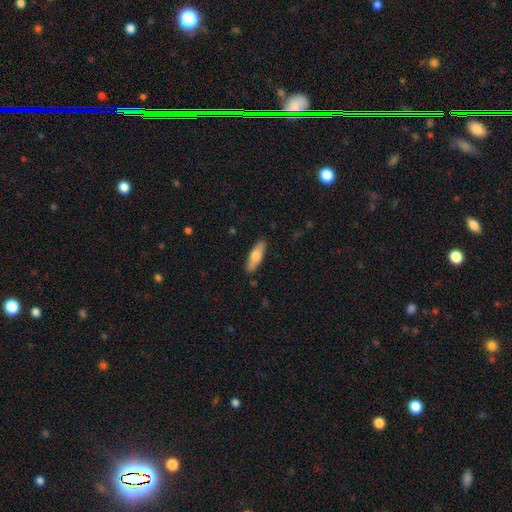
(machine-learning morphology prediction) This appears to be a smooth galaxy with no disk features (66%) that is in between round and cigar-shaped (53%). Merging: none (87%).